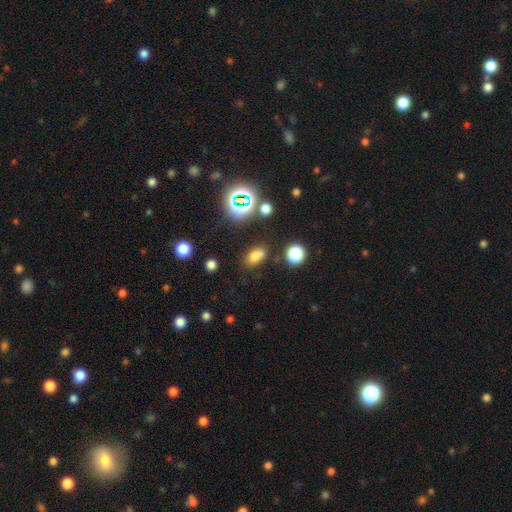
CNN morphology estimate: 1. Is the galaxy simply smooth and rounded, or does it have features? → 66% smooth, 24% star or artifact, 10% featured or disk.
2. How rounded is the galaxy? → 76% in between, 21% round, 2% cigar-shaped.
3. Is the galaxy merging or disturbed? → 65% none, 15% merger, 14% minor disturbance, 5% major disturbance.